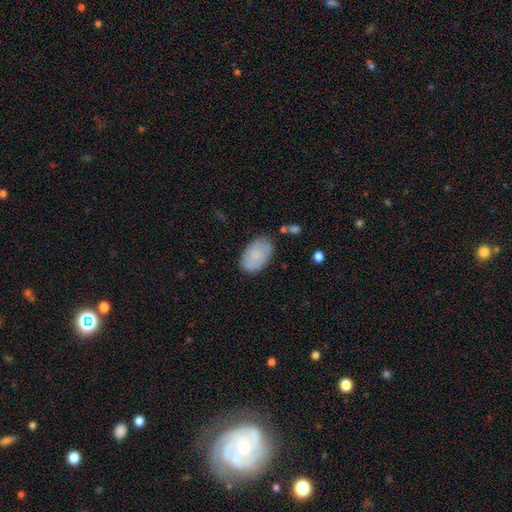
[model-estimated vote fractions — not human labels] Smooth or featured?
  - smooth: 82% *
  - featured or disk: 12%
  - star or artifact: 6%
How rounded?
  - in between: 94% *
  - round: 5%
  - cigar-shaped: 1%
Merging?
  - none: 77% *
  - minor disturbance: 17%
  - major disturbance: 4%
  - merger: 2%